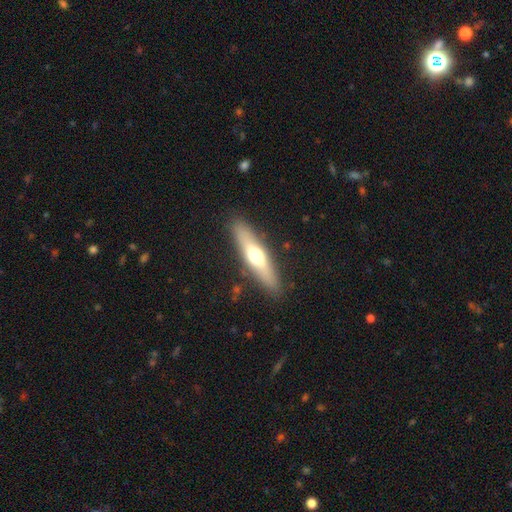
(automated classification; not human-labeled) smooth 49%, featured or disk 44%, star or artifact 6%. Down the decision tree: merging — none (88%).